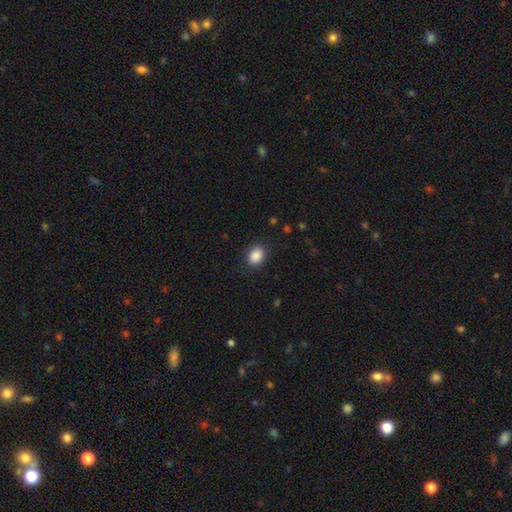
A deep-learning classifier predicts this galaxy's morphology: This appears to be a smooth galaxy with no disk features (89%) that is in between round and cigar-shaped (71%). Merging: none (86%).